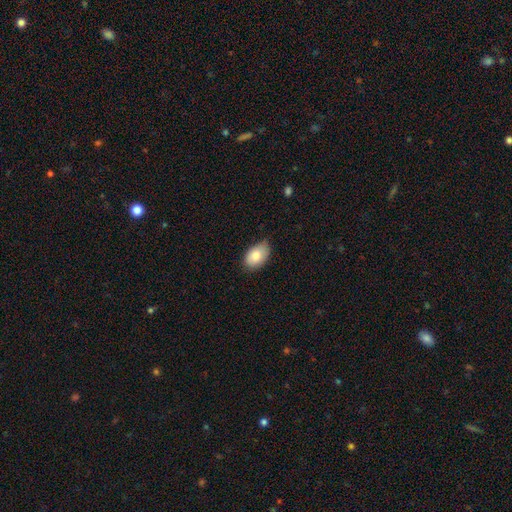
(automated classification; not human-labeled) Q: Smooth or featured?
A: smooth (81%); runner-up: featured or disk (12%)
Q: How rounded?
A: in between (90%); runner-up: round (9%)
Q: Merging?
A: none (68%); runner-up: minor disturbance (27%)